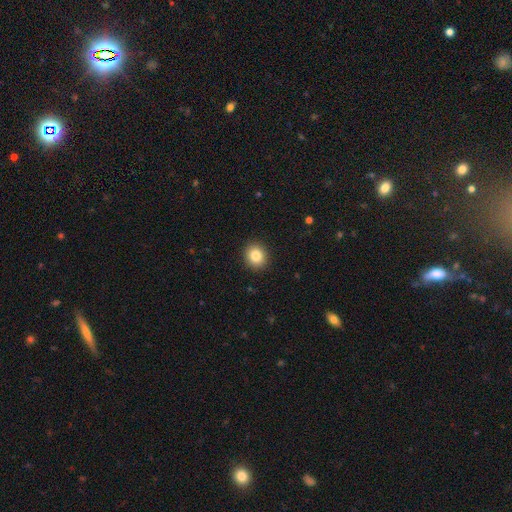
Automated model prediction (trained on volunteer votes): Smooth or featured? Predicted: smooth (p=0.84). How rounded? Predicted: round (p=0.81). Merging? Predicted: none (p=0.92).